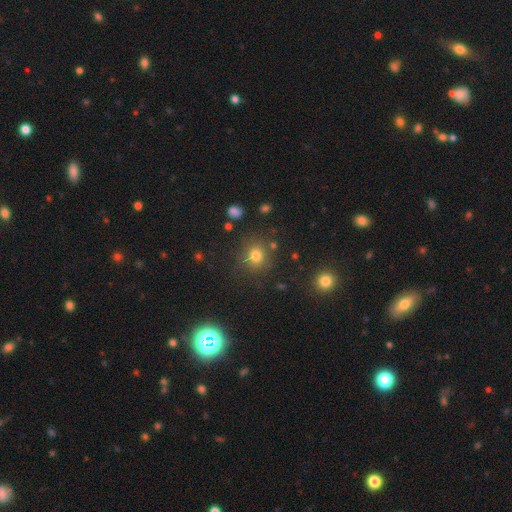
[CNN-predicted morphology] A smooth galaxy with no disk features (76%) that is round (86%).

Vote fractions:
- Smooth or featured? smooth: 76% / star or artifact: 17% / featured or disk: 7%
- How rounded? round: 86% / in between: 13% / cigar-shaped: 1%
- Merging? none: 83% / minor disturbance: 10% / merger: 4% / major disturbance: 4%